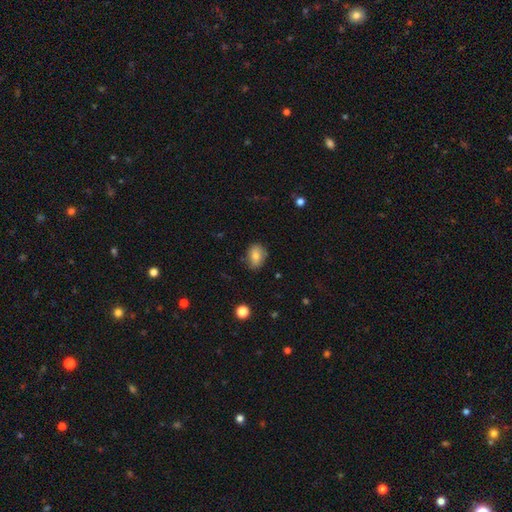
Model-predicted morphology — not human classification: Overall: smooth (79%). How rounded: in between (72%). Merging: none (77%).